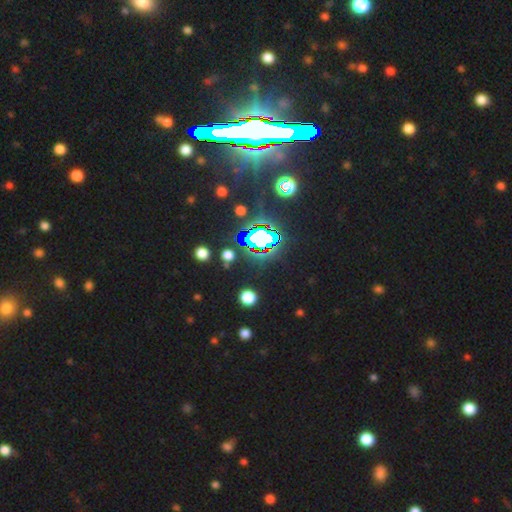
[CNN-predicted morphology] Overall: star or artifact (83%).